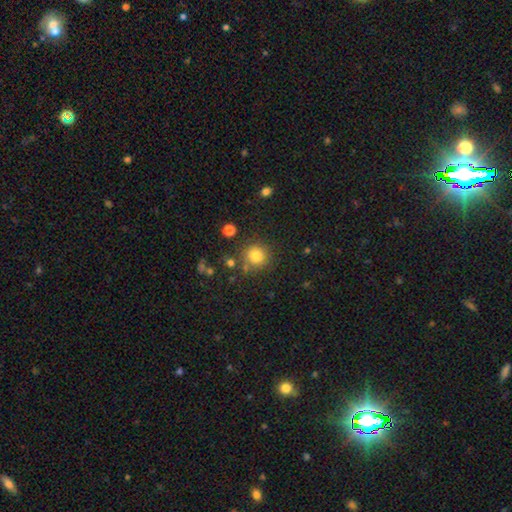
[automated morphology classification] This is likely a smooth galaxy (78%). How rounded: clearly round (93%). Merging: clearly none (81%).